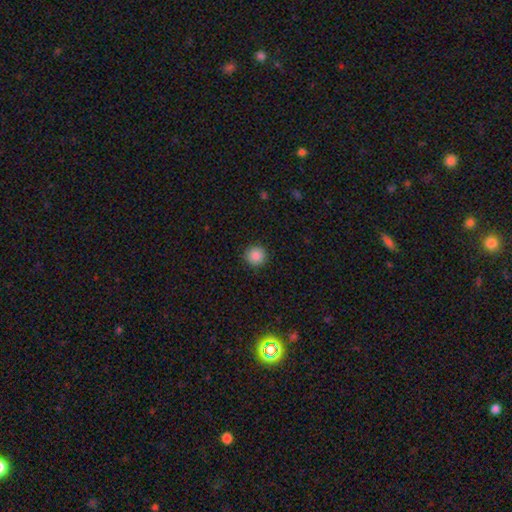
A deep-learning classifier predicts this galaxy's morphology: Smooth or featured? smooth (88%)
How rounded? round (95%)
Merging? none (92%)